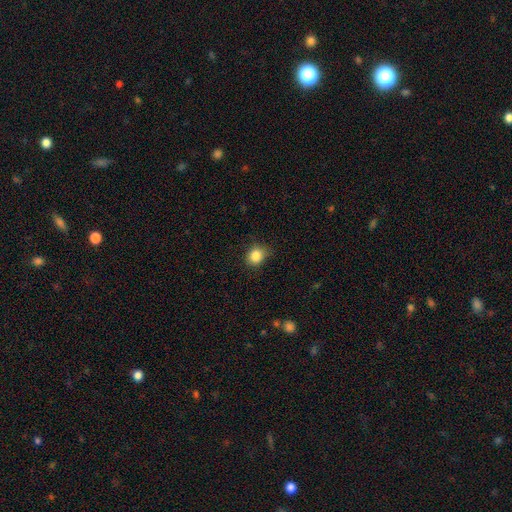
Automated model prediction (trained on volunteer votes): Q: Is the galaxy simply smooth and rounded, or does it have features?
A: smooth — 85%.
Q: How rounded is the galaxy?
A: round — 67%.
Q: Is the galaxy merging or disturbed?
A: none — 80%.